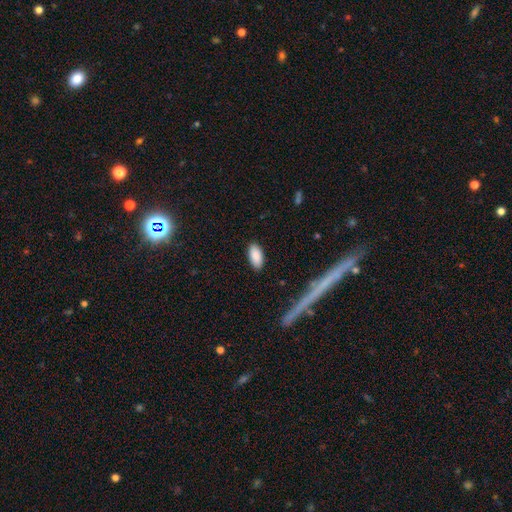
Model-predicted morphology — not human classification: type=smooth (88%); roundness=in between (92%); merging=none (87%).